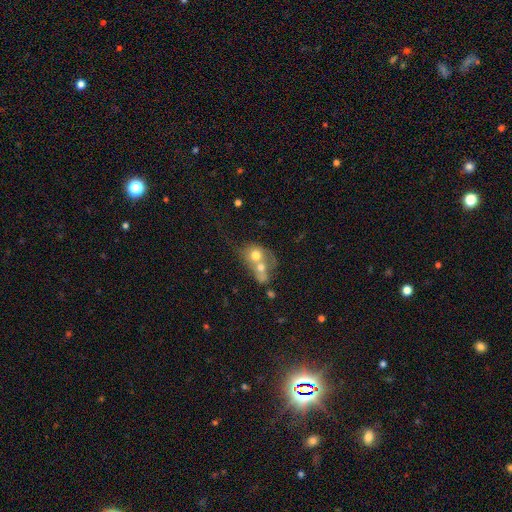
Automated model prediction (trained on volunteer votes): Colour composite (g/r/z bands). It shows a smooth galaxy with no disk features (61%) that is round (56%). Merging: merger (76%).